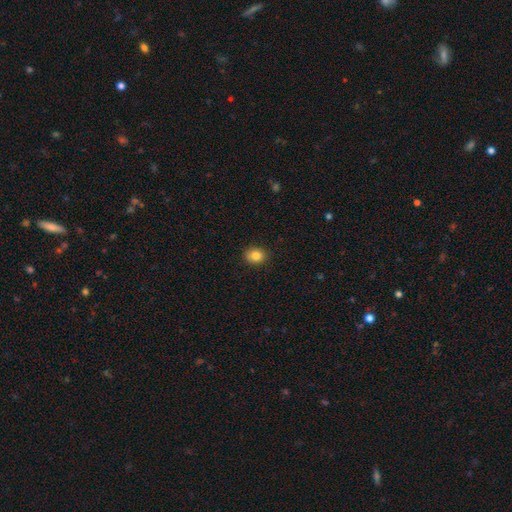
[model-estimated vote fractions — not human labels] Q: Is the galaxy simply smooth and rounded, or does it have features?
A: smooth — 84%.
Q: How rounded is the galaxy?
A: round — 60%.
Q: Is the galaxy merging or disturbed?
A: none — 89%.